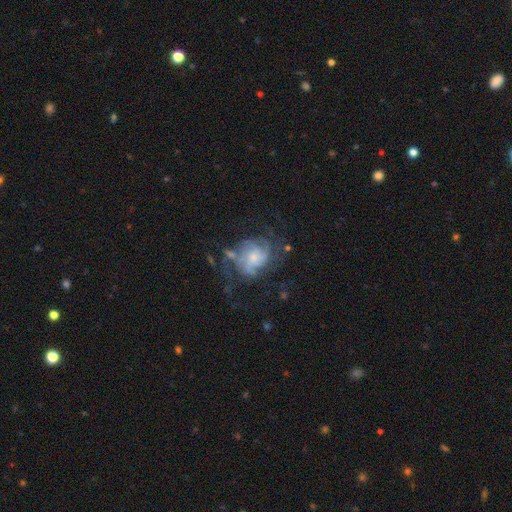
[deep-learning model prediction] Smooth or featured? Predicted: featured or disk (p=0.75). Edge-on disk? Predicted: no (p=0.97). Bar? Predicted: no (p=0.63). Spiral arms? Predicted: yes (p=0.88). Spiral winding? Predicted: medium (p=0.42). Spiral arm count? Predicted: can't tell (p=0.36). Bulge size? Predicted: small (p=0.48). Merging? Predicted: none (p=0.58).